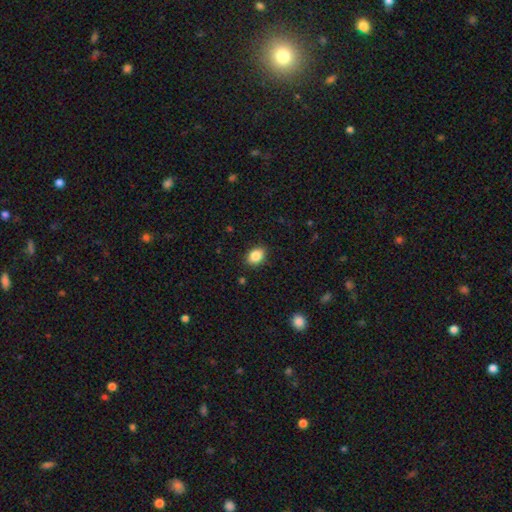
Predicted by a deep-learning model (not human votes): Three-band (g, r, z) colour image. It shows a smooth galaxy with no disk features (86%) that is in between round and cigar-shaped (73%). Merging: none (88%).